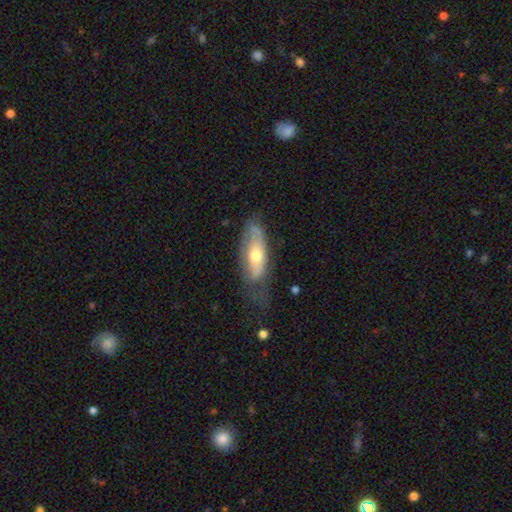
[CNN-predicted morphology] Overall: featured or disk (49%; smooth 45%). Merging: none (48%; minor disturbance 31%).